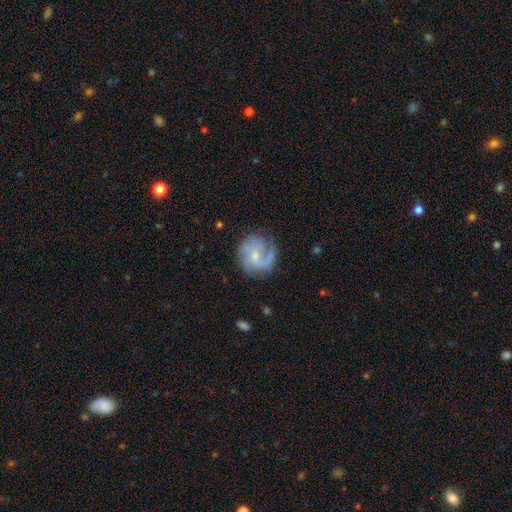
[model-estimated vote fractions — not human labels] A featured or disk galaxy (76%) with no bar (60%), 2 (40%) medium (44%) spiral arms (93%) and a small central bulge (59%). Merging: none (69%).